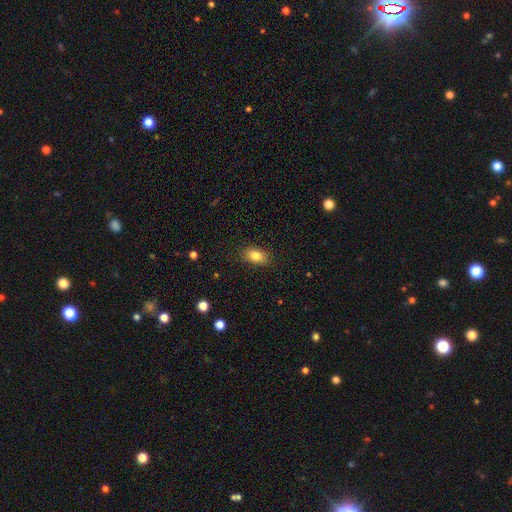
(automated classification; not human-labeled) This appears to be a smooth galaxy with no disk features (83%) that is in between round and cigar-shaped (86%). Merging: none (87%).